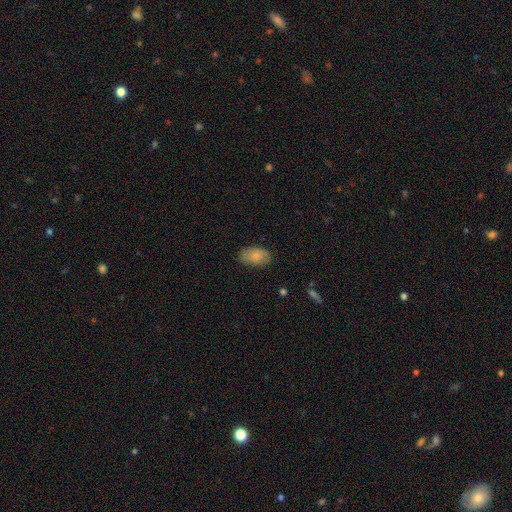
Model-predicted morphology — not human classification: This appears to be a smooth galaxy with no disk features (83%) that is in between round and cigar-shaped (93%). Merging: none (82%).